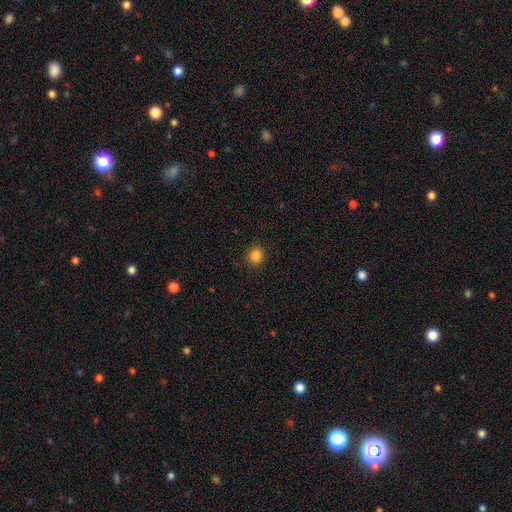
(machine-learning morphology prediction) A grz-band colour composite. It shows a smooth galaxy with no disk features (84%) that is round (84%). Merging: none (90%).